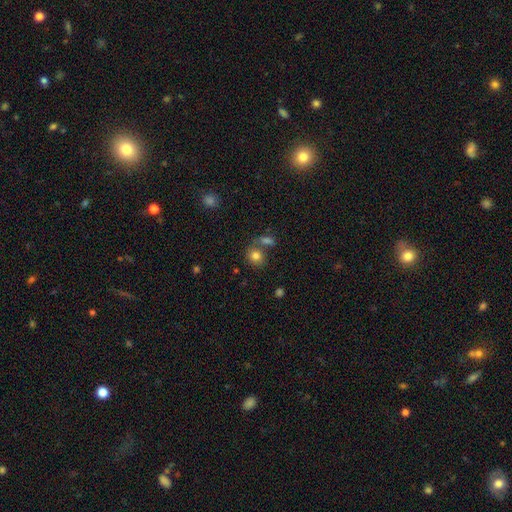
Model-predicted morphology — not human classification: Smooth or featured? Predicted: smooth (p=0.81). How rounded? Predicted: round (p=0.72). Merging? Predicted: none (p=0.59).